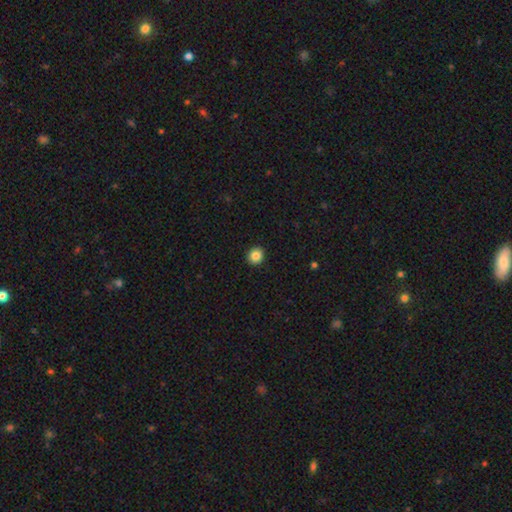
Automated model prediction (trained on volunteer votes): smooth-or-featured: smooth: 86% | star or artifact: 10% | featured or disk: 4%
  how-rounded: round: 88% | in between: 11% | cigar-shaped: 1%
  merging: none: 93% | minor disturbance: 5% | major disturbance: 1% | merger: 1%